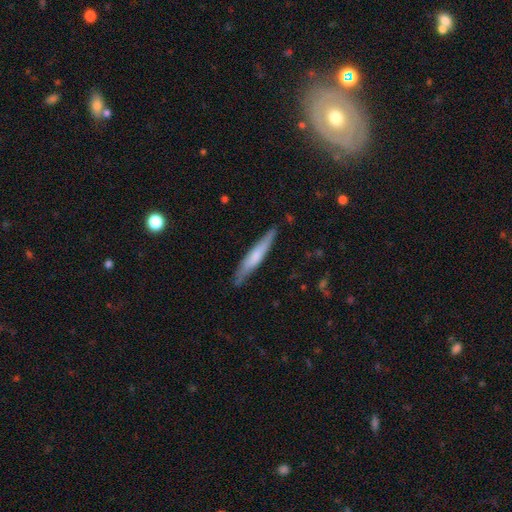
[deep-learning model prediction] smooth_or_featured: smooth (p=0.56) [alt: featured or disk p=0.39]
how_rounded: cigar-shaped (p=0.93) [alt: in between p=0.06]
merging: none (p=0.83) [alt: minor disturbance p=0.13]